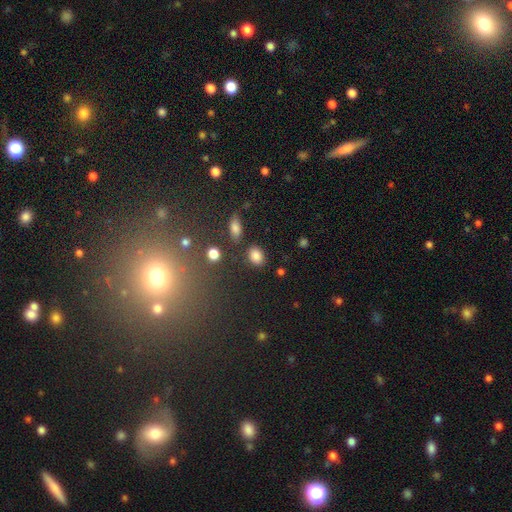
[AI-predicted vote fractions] Smooth or featured: smooth — 85% (star or artifact — 10%)
How rounded: in between — 71% (round — 27%)
Merging: none — 80% (minor disturbance — 11%)